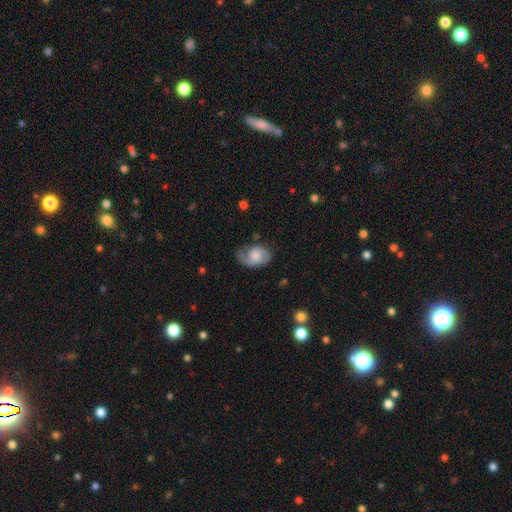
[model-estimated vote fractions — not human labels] This is likely a featured or disk galaxy (61%). It is clearly not viewed edge-on (97%). Bar: possibly no (59%). Spiral arm pattern: clearly yes (91%). Spiral arm count: likely 2 (69%). Spiral winding: possibly medium (46%). Central bulge: marginally moderate (36%). Merging: possibly none (59%).